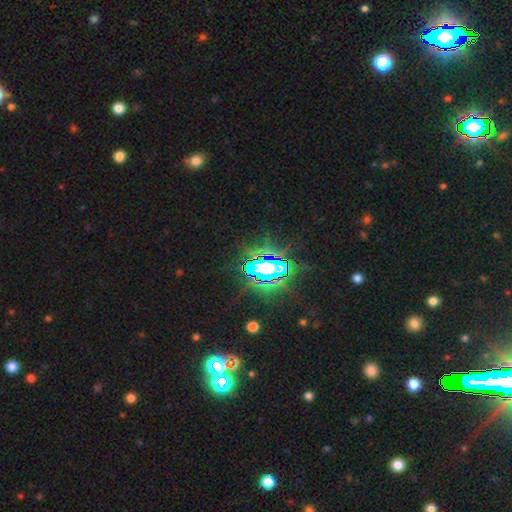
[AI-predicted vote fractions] This appears to be a star or artifact, not a galaxy (82%).